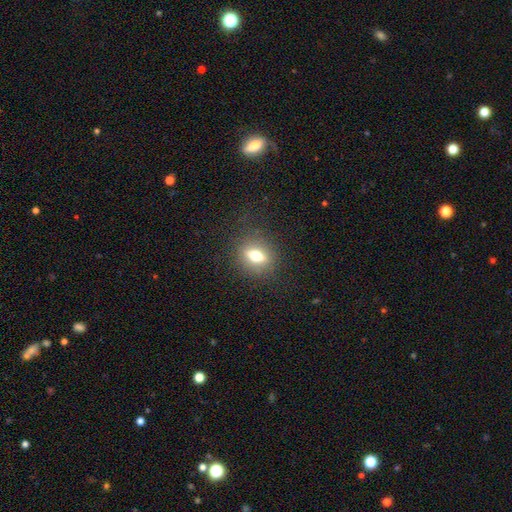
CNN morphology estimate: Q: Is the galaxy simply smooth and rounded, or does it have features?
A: smooth — 55%.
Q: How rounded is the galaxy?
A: in between — 54%.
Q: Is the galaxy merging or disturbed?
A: none — 84%.